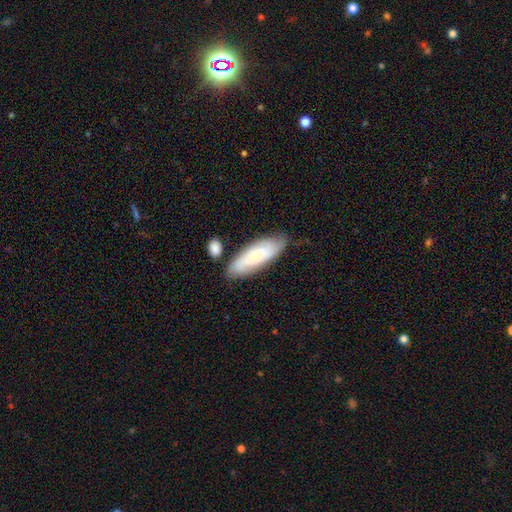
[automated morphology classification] featured or disk 51%, smooth 42%, star or artifact 7%. Down the decision tree: edge-on disk — no (81%); merging — none (70%).